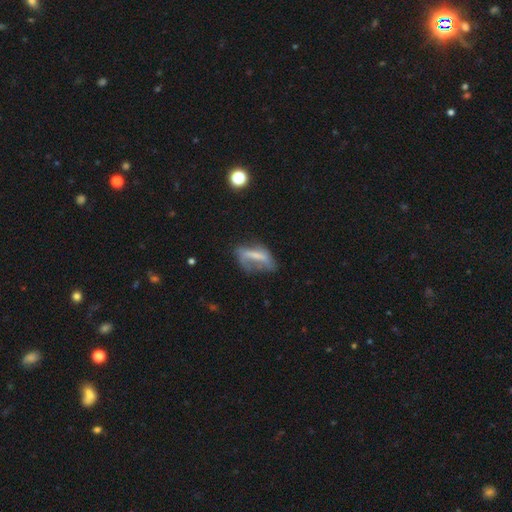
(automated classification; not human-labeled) This is possibly a featured or disk galaxy (47%). Merging: marginally none (34%).